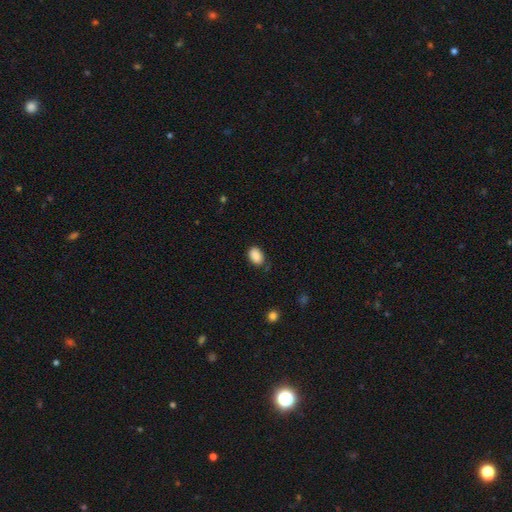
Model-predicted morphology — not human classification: Smooth or featured?
  - smooth: 88% *
  - star or artifact: 8%
  - featured or disk: 5%
How rounded?
  - in between: 86% *
  - round: 13%
  - cigar-shaped: 1%
Merging?
  - none: 73% *
  - minor disturbance: 21%
  - major disturbance: 5%
  - merger: 2%